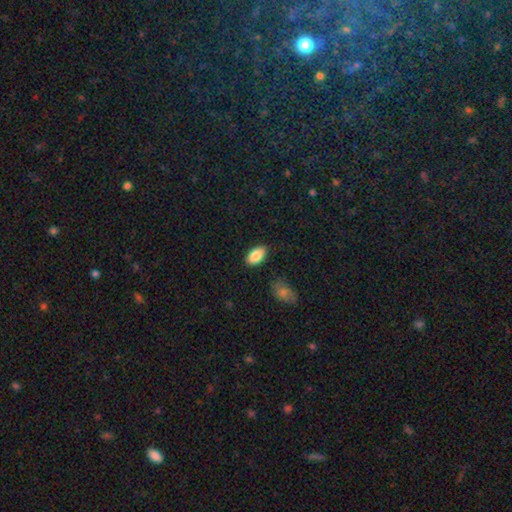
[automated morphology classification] The model was most divided on "merging": none: 85%, minor disturbance: 11%, major disturbance: 2%, merger: 2%. More confident: how rounded — in between (94%); smooth or featured — smooth (86%).